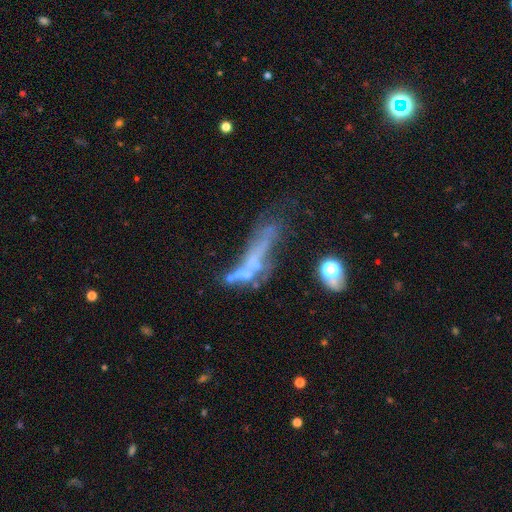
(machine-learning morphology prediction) type=featured or disk (53%); edge-on=no (76%); merging=major disturbance (32%).